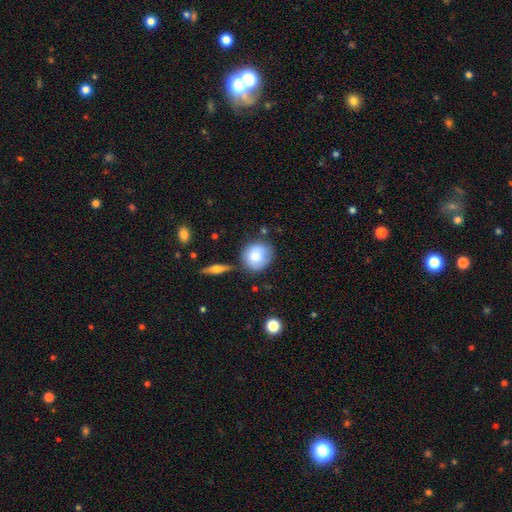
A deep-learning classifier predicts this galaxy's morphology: Smooth or featured? Predicted: smooth (p=0.79). How rounded? Predicted: round (p=0.85). Merging? Predicted: none (p=0.69).